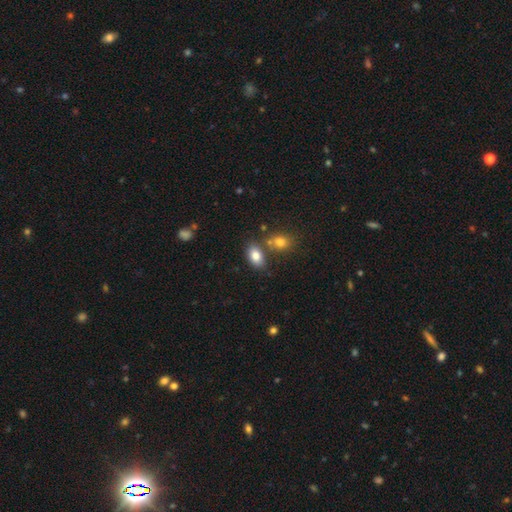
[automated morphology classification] This is clearly a smooth galaxy (83%). How rounded: clearly in between (88%). Merging: likely none (65%).